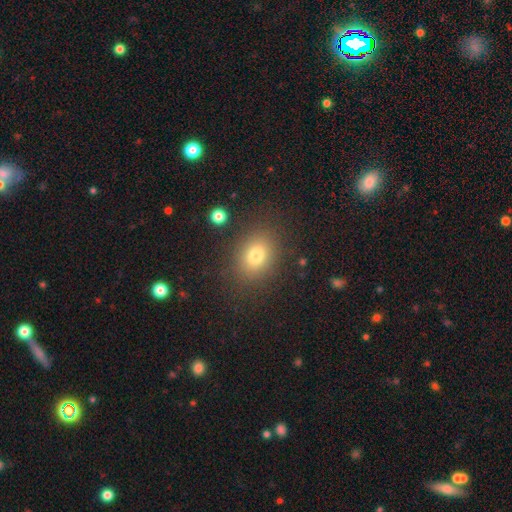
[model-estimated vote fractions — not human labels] Smooth or featured? Predicted: smooth (p=0.77). How rounded? Predicted: in between (p=0.58). Merging? Predicted: none (p=0.85).